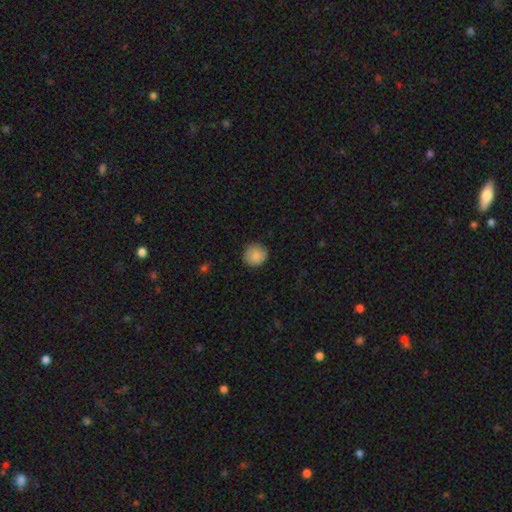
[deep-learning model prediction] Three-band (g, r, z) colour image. It shows a smooth galaxy with no disk features (86%) that is round (94%). Merging: none (89%).